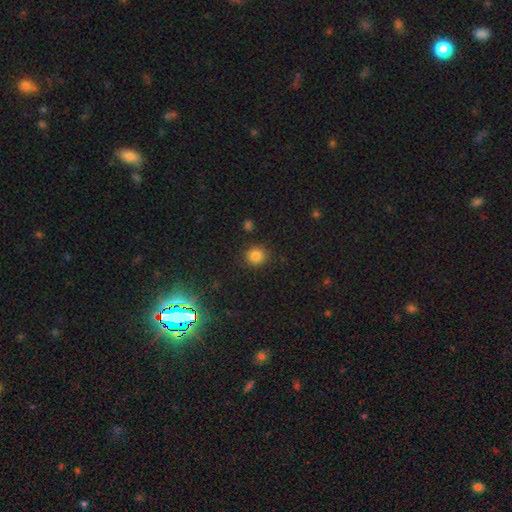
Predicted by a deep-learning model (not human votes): Smooth or featured? Predicted: smooth (p=0.82). How rounded? Predicted: round (p=0.91). Merging? Predicted: none (p=0.88).